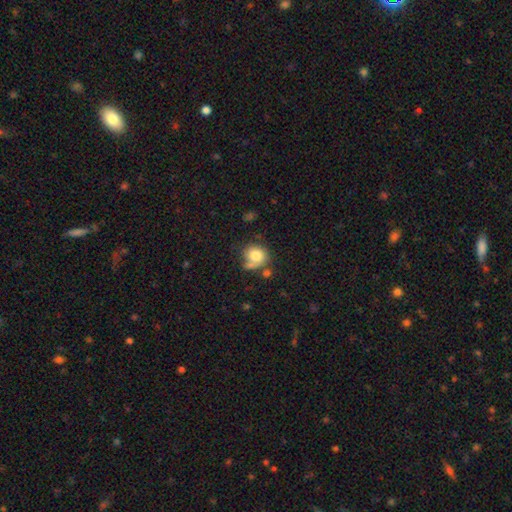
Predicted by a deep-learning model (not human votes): The model was most divided on "merging": none: 53%, minor disturbance: 21%, merger: 15%, major disturbance: 11%. More confident: how rounded — round (78%); smooth or featured — smooth (77%).